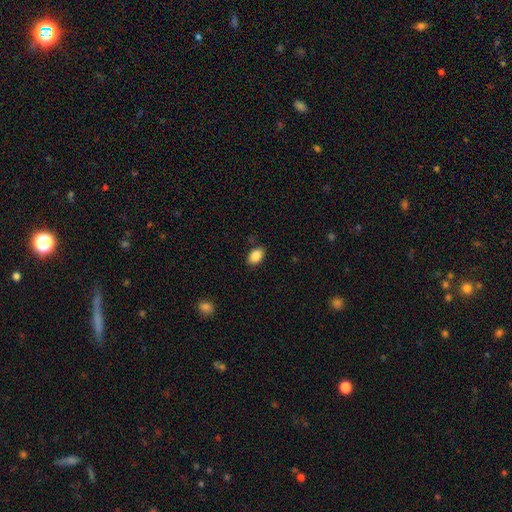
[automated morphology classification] The model was most divided on "merging": none: 85%, minor disturbance: 11%, major disturbance: 2%, merger: 1%. More confident: smooth or featured — smooth (87%); how rounded — in between (87%).